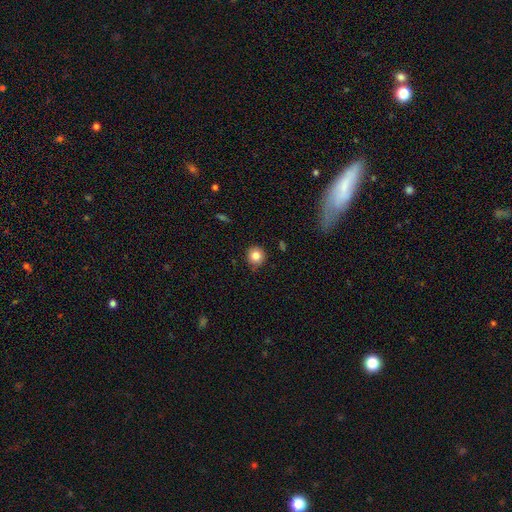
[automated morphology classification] This appears to be a smooth galaxy with no disk features (82%) that is round (92%). Merging: none (88%).